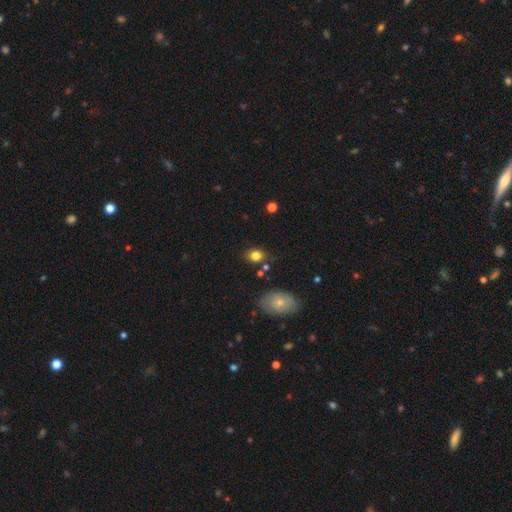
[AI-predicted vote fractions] Smooth or featured?
  - smooth: 81% *
  - star or artifact: 11%
  - featured or disk: 8%
How rounded?
  - in between: 57% *
  - round: 42%
  - cigar-shaped: 2%
Merging?
  - none: 75% *
  - minor disturbance: 15%
  - merger: 5%
  - major disturbance: 4%